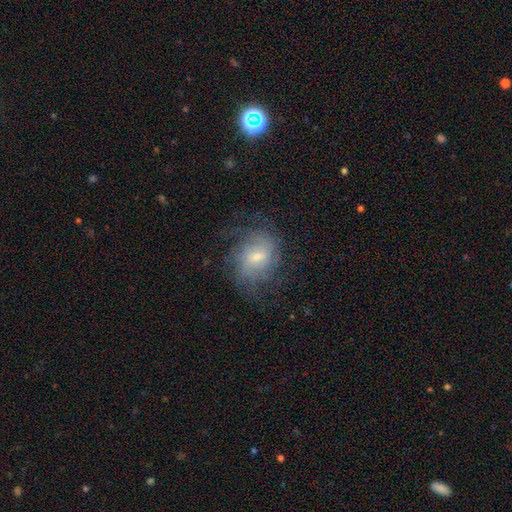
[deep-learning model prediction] Smooth or featured?
  - featured or disk: 65% *
  - smooth: 25%
  - star or artifact: 9%
Edge-on disk?
  - no: 97% *
  - yes: 3%
Bar?
  - weak: 49% *
  - no: 43%
  - strong: 9%
Spiral arms?
  - yes: 86% *
  - no: 14%
Spiral winding?
  - tight: 40% *
  - medium: 38%
  - loose: 22%
Spiral arm count?
  - can't tell: 47% *
  - 2: 25%
  - 3: 12%
  - 4: 7%
  - 1: 5%
  - more than 4: 4%
Bulge size?
  - small: 51% *
  - moderate: 41%
  - large: 4%
  - none: 3%
  - dominant: 1%
Merging?
  - none: 65% *
  - minor disturbance: 19%
  - major disturbance: 15%
  - merger: 1%